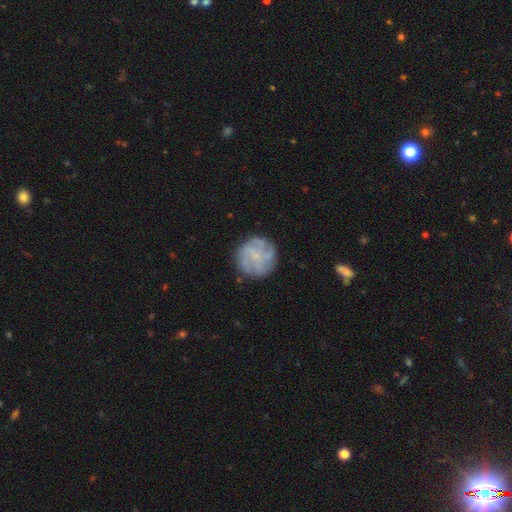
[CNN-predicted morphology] featured or disk 53%, smooth 39%, star or artifact 8%. Down the decision tree: edge-on disk — no (98%); bar — no (67%); spiral arms — yes (63%); bulge size — small (51%); merging — none (77%).